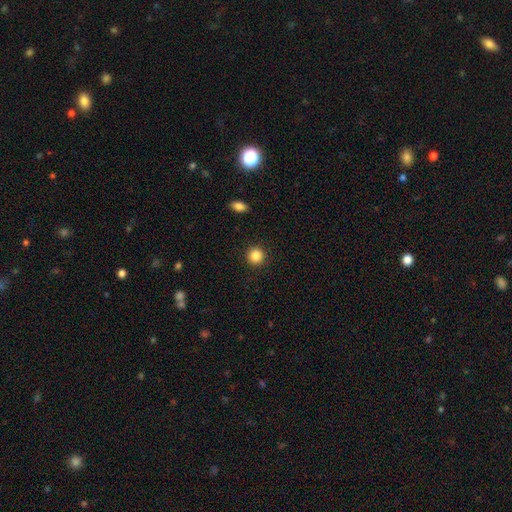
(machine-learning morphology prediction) smooth 86%, star or artifact 10%, featured or disk 4%. Down the decision tree: how rounded — round (93%); merging — none (92%).